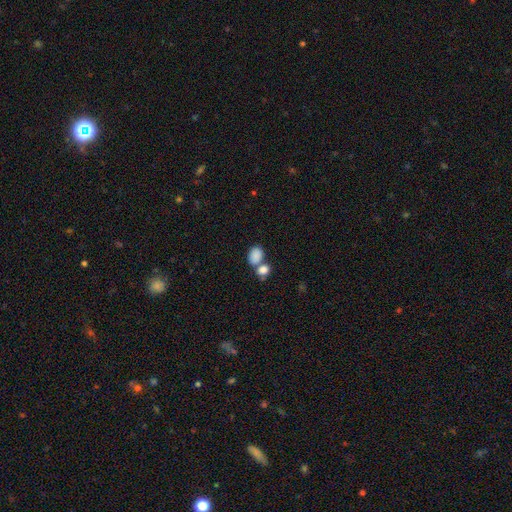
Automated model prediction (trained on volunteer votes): Smooth or featured: smooth — 85% (star or artifact — 8%)
How rounded: in between — 77% (round — 22%)
Merging: merger — 44% (none — 41%)